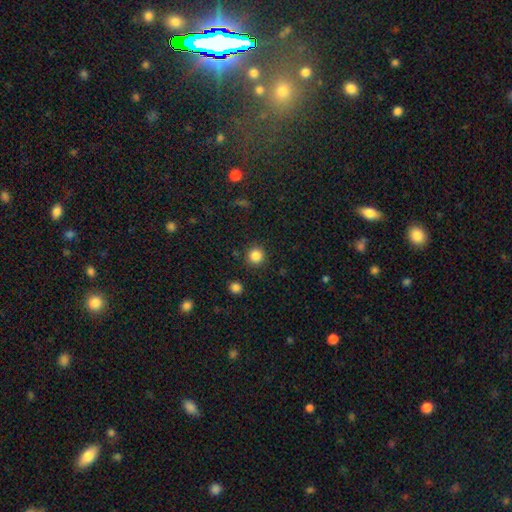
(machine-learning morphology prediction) This is clearly a smooth galaxy (85%). How rounded: clearly round (95%). Merging: clearly none (91%).